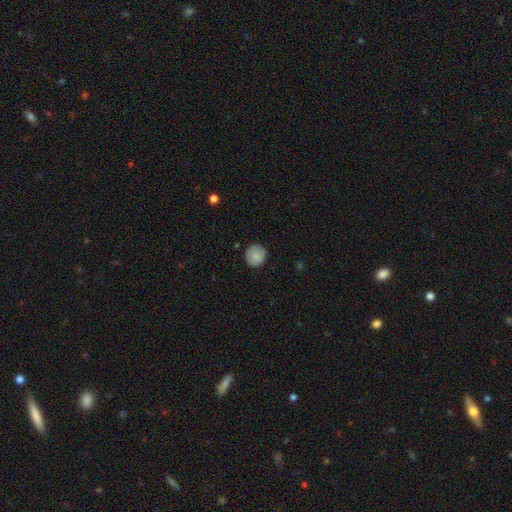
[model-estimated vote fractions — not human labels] Overall: smooth (83%). How rounded: round (92%). Merging: none (85%).